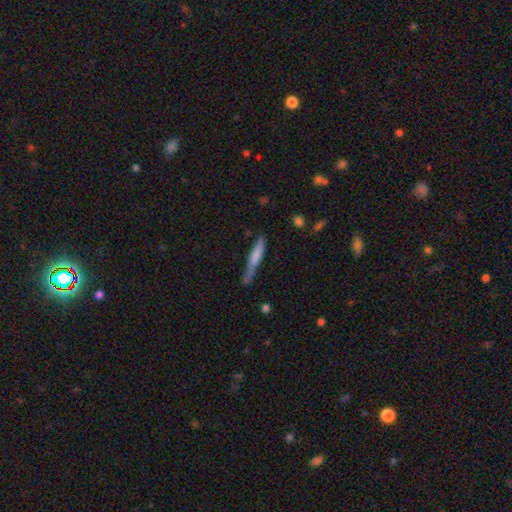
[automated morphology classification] Smooth or featured?
  - smooth: 67% *
  - featured or disk: 26%
  - star or artifact: 6%
How rounded?
  - cigar-shaped: 91% *
  - in between: 7%
  - round: 1%
Merging?
  - none: 55% *
  - minor disturbance: 29%
  - major disturbance: 9%
  - merger: 7%